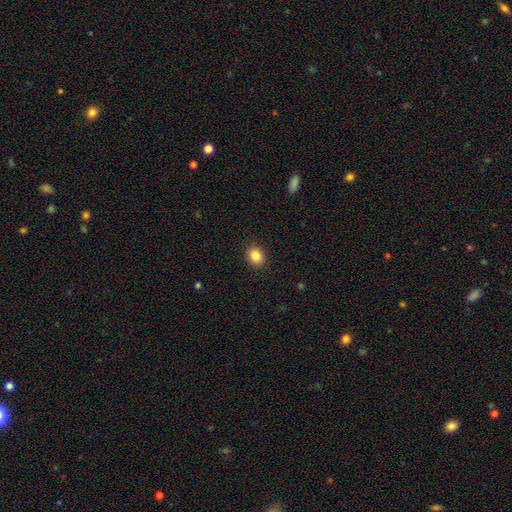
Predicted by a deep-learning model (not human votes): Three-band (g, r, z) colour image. It shows a smooth galaxy with no disk features (85%) that is round (61%). Merging: none (90%).